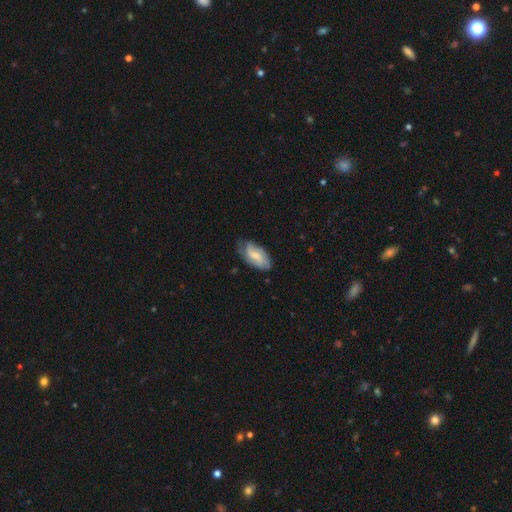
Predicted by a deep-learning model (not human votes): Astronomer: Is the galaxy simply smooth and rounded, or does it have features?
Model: featured or disk — 48% (runner-up: smooth, 46%).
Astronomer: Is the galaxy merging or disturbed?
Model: none — 62%.